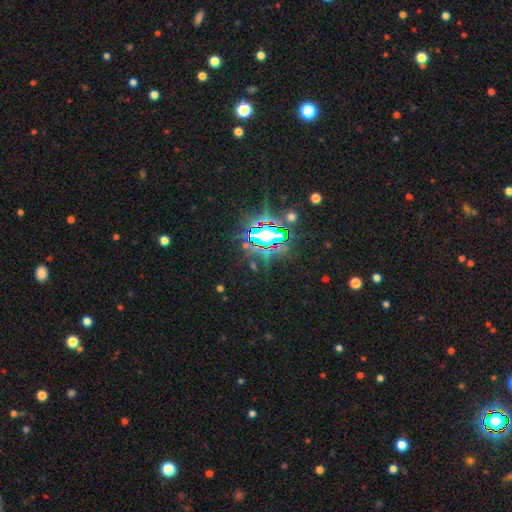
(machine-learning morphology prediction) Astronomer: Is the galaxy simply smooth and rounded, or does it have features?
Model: star or artifact — 82%.